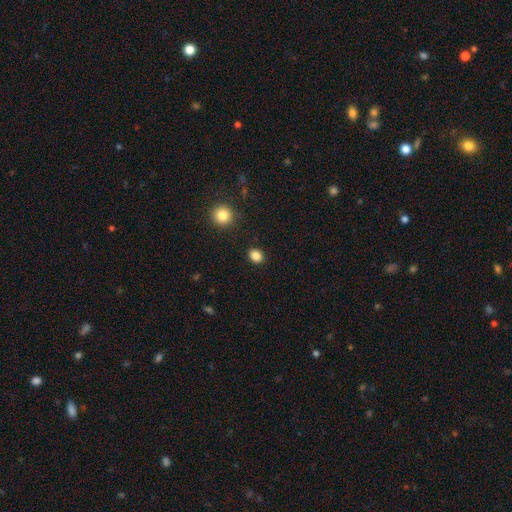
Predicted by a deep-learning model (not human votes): smooth 85%, star or artifact 11%, featured or disk 3%. Down the decision tree: how rounded — round (61%); merging — none (89%).